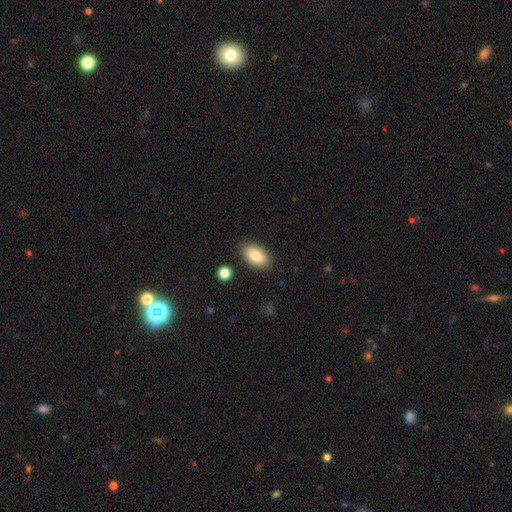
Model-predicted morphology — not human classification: Q: Smooth or featured?
A: smooth (83%); runner-up: featured or disk (10%)
Q: How rounded?
A: in between (92%); runner-up: round (6%)
Q: Merging?
A: none (86%); runner-up: minor disturbance (10%)